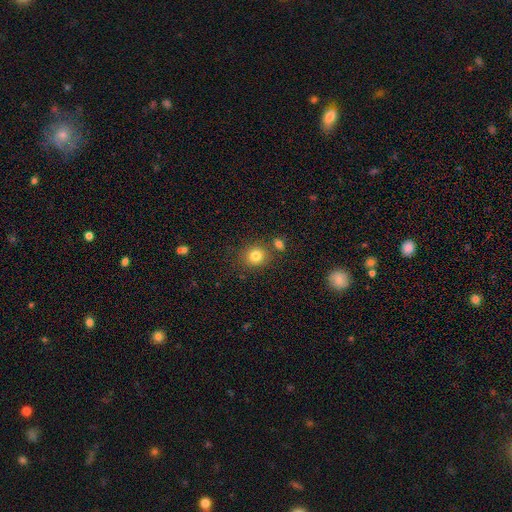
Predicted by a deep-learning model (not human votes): smooth 81%, star or artifact 12%, featured or disk 7%. Down the decision tree: how rounded — round (80%); merging — none (78%).